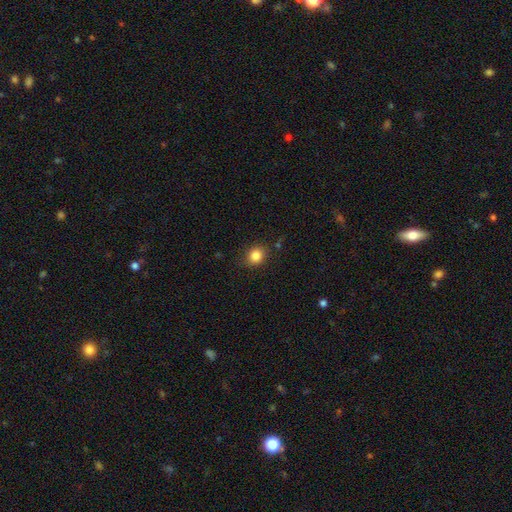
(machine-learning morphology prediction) A smooth galaxy with no disk features (84%) that is round (68%). Merging: none (83%).